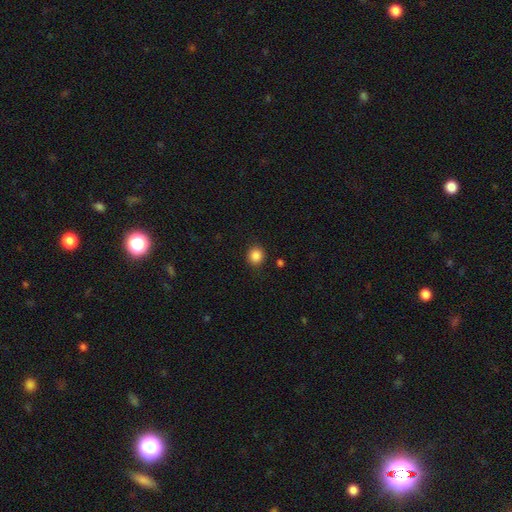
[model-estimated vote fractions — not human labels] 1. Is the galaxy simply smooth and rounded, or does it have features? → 86% smooth, 10% star or artifact, 3% featured or disk.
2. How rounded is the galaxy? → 87% round, 12% in between, 1% cigar-shaped.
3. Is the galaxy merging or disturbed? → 89% none, 7% minor disturbance, 2% major disturbance, 1% merger.